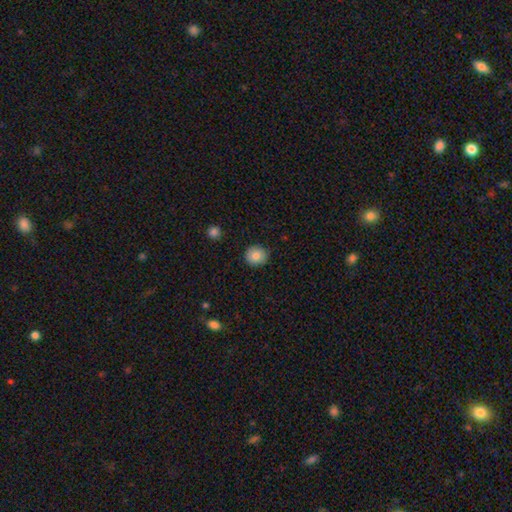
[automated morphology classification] smooth 84%, star or artifact 9%, featured or disk 7%. Down the decision tree: how rounded — round (87%); merging — none (89%).